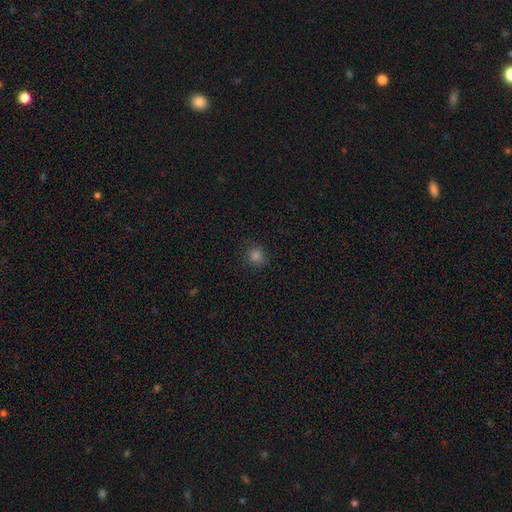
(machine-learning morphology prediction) smooth-or-featured: smooth: 79% | star or artifact: 16% | featured or disk: 5%
  how-rounded: round: 87% | in between: 12% | cigar-shaped: 1%
  merging: none: 86% | minor disturbance: 10% | major disturbance: 3% | merger: 1%